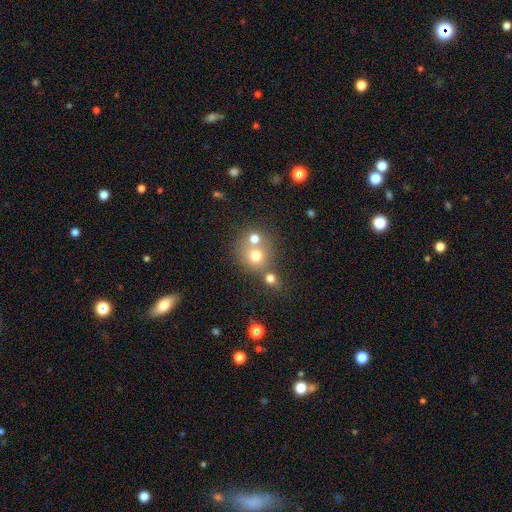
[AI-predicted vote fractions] This is likely a smooth galaxy (68%). How rounded: clearly round (83%). Merging: possibly none (52%).